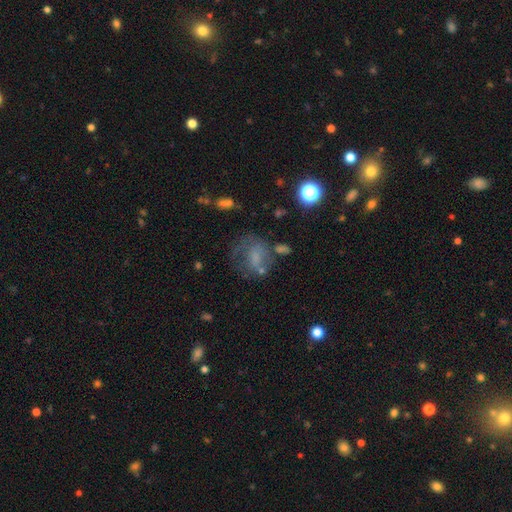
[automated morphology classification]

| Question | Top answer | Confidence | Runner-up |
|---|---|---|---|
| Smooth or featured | smooth | 44% | featured or disk (40%) |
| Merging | none | 41% | major disturbance (30%) |